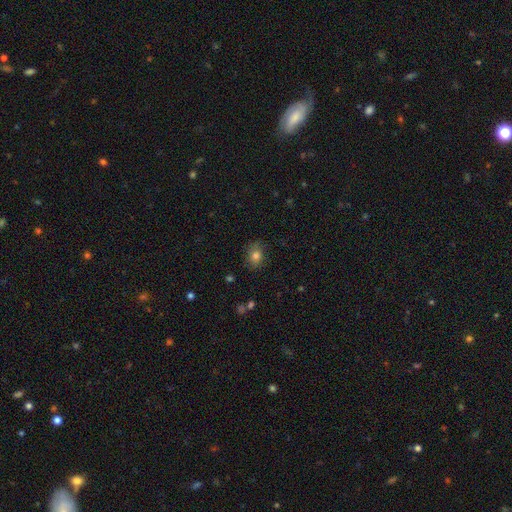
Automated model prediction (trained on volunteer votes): smooth 80%, star or artifact 11%, featured or disk 9%. Down the decision tree: how rounded — in between (53%); merging — none (78%).